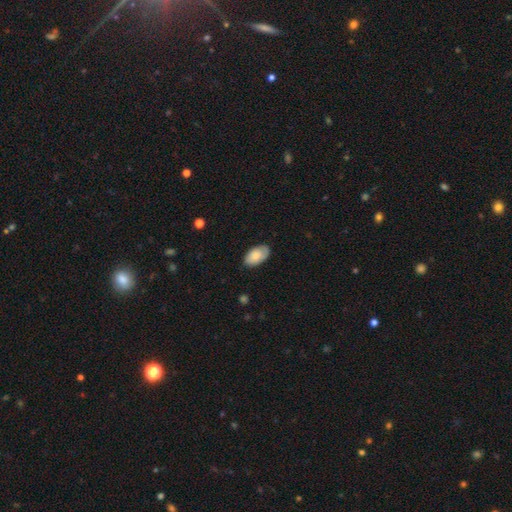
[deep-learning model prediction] This appears to be a smooth galaxy with no disk features (76%) that is in between round and cigar-shaped (95%). Merging: none (78%).